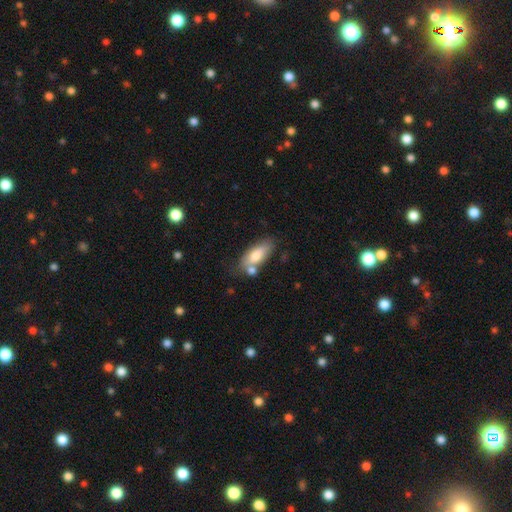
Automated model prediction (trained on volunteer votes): Smooth or featured? Predicted: smooth (p=0.75). How rounded? Predicted: in between (p=0.80). Merging? Predicted: none (p=0.56).